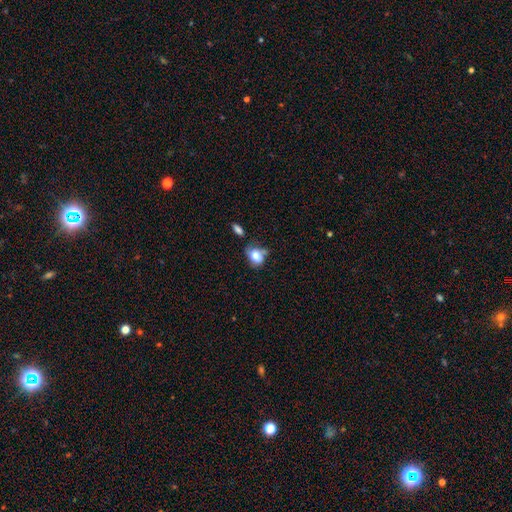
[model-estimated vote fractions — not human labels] smooth-or-featured: smooth: 75% | featured or disk: 16% | star or artifact: 9%
  how-rounded: in between: 72% | round: 26% | cigar-shaped: 2%
  merging: none: 35% | minor disturbance: 30% | merger: 19% | major disturbance: 15%